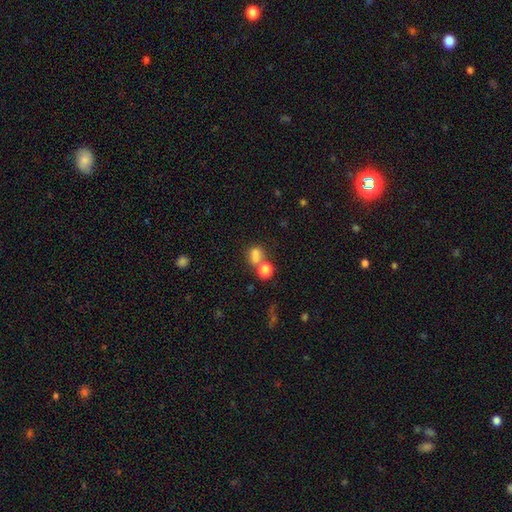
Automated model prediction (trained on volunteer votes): Smooth or featured?
  - smooth: 71% *
  - star or artifact: 18%
  - featured or disk: 11%
How rounded?
  - round: 57% *
  - in between: 42%
  - cigar-shaped: 2%
Merging?
  - merger: 44% *
  - none: 39%
  - minor disturbance: 10%
  - major disturbance: 7%